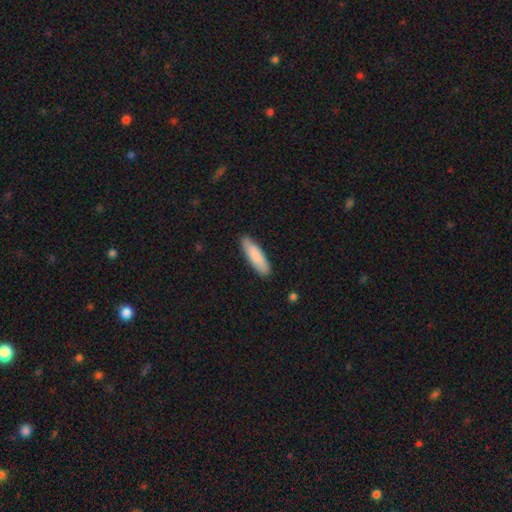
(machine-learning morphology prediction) The model was most divided on "how rounded": cigar-shaped: 65%, in between: 33%, round: 1%. More confident: merging — none (88%); smooth or featured — smooth (87%).